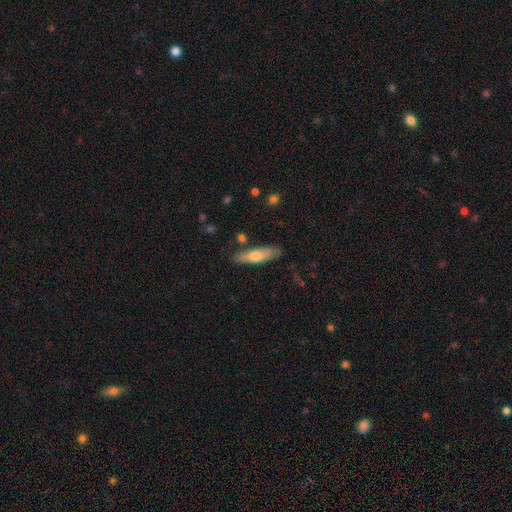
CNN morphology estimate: smooth-or-featured: smooth: 66% | featured or disk: 28% | star or artifact: 6%
  how-rounded: cigar-shaped: 65% | in between: 33% | round: 2%
  merging: none: 79% | minor disturbance: 15% | merger: 3% | major disturbance: 3%